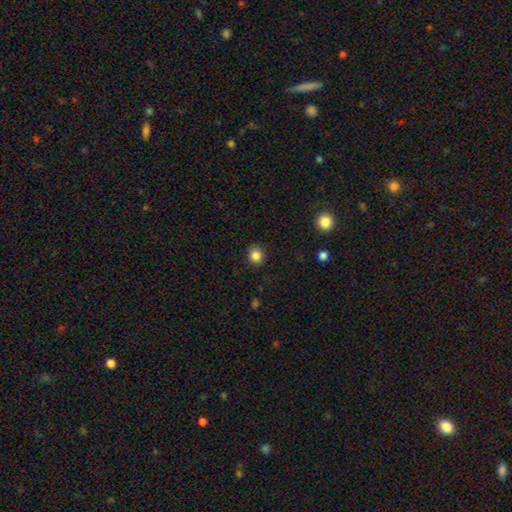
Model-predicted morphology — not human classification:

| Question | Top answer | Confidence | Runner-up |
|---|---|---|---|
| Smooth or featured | smooth | 85% | star or artifact (11%) |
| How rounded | round | 84% | in between (15%) |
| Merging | none | 90% | minor disturbance (7%) |